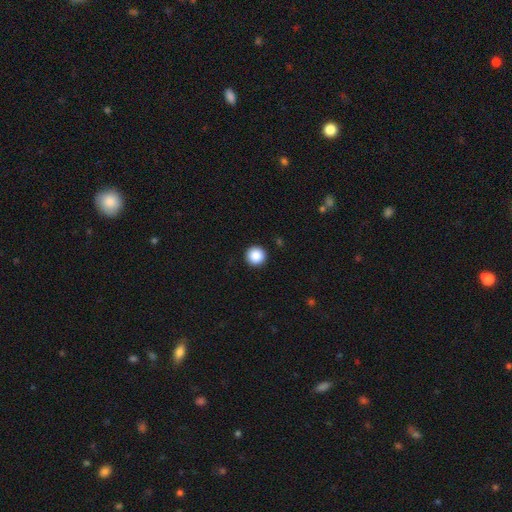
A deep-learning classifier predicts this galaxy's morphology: Smooth or featured? Predicted: smooth (p=0.88). How rounded? Predicted: round (p=0.97). Merging? Predicted: none (p=0.93).